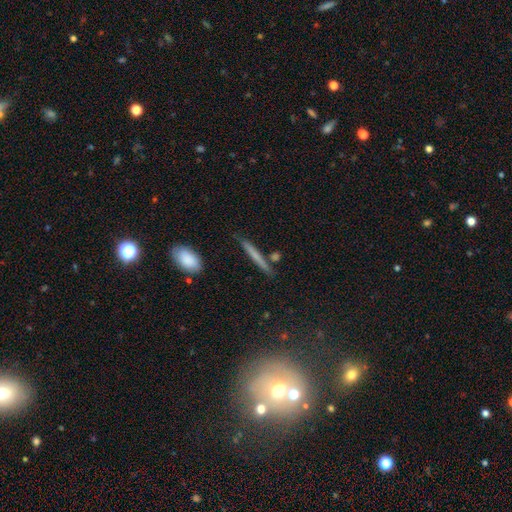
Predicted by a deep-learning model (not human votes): A smooth galaxy with no disk features (59%) that is cigar-shaped (94%).

Vote fractions:
- Smooth or featured? smooth: 59% / featured or disk: 33% / star or artifact: 8%
- How rounded? cigar-shaped: 94% / in between: 4% / round: 2%
- Merging? none: 83% / minor disturbance: 11% / merger: 4% / major disturbance: 2%